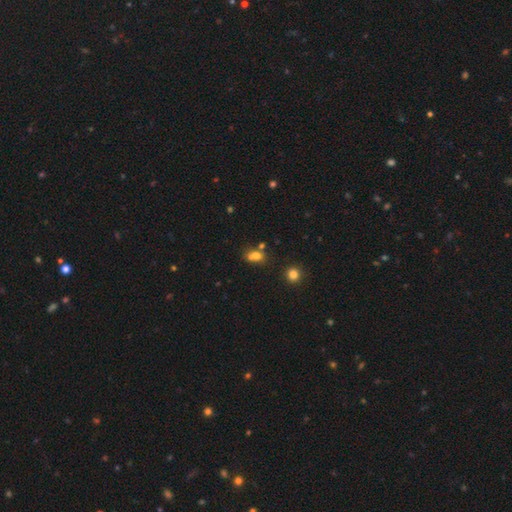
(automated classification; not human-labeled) Q: Smooth or featured?
A: smooth (70%); runner-up: star or artifact (15%)
Q: How rounded?
A: in between (52%); runner-up: round (45%)
Q: Merging?
A: merger (44%); runner-up: none (38%)